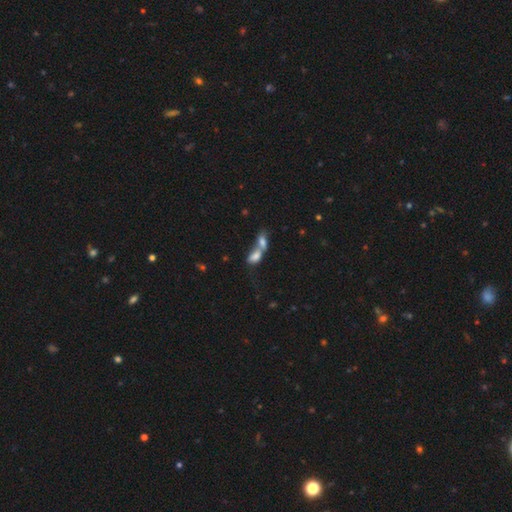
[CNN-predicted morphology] The model was most divided on "smooth or featured": smooth: 73%, featured or disk: 17%, star or artifact: 10%. More confident: how rounded — in between (82%); merging — merger (78%).